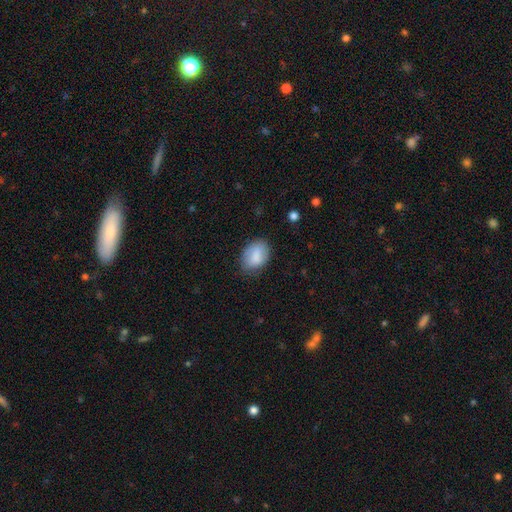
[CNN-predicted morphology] A smooth galaxy with no disk features (81%) that is in between round and cigar-shaped (81%).

Vote fractions:
- Smooth or featured? smooth: 81% / featured or disk: 12% / star or artifact: 7%
- How rounded? in between: 81% / round: 18% / cigar-shaped: 1%
- Merging? none: 71% / minor disturbance: 22% / major disturbance: 5% / merger: 1%